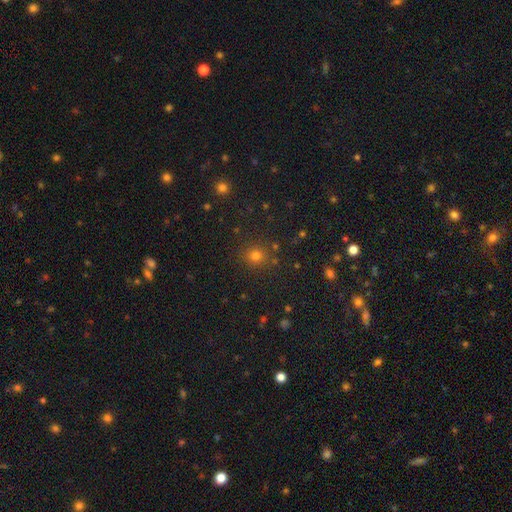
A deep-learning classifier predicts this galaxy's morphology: smooth_or_featured: smooth (p=0.75) [alt: star or artifact p=0.19]
how_rounded: round (p=0.88) [alt: in between p=0.11]
merging: none (p=0.86) [alt: minor disturbance p=0.08]